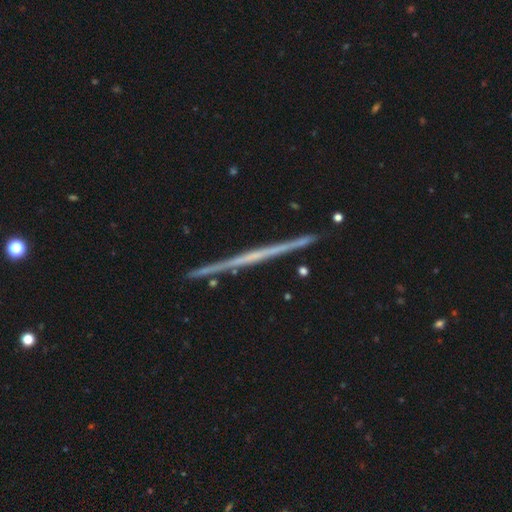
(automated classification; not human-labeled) Smooth or featured? featured or disk (75%)
Edge-on disk? yes (98%)
Edge-on bulge? none (79%)
Merging? none (91%)